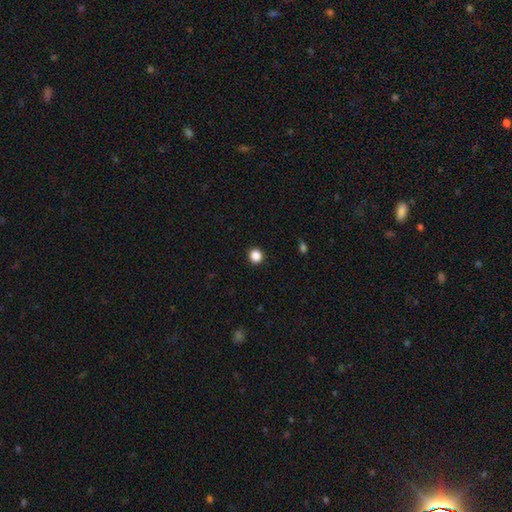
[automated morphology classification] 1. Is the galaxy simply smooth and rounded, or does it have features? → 87% smooth, 11% star or artifact, 2% featured or disk.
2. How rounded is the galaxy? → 88% round, 11% in between, 1% cigar-shaped.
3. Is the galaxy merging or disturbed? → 92% none, 5% minor disturbance, 2% major disturbance, 1% merger.